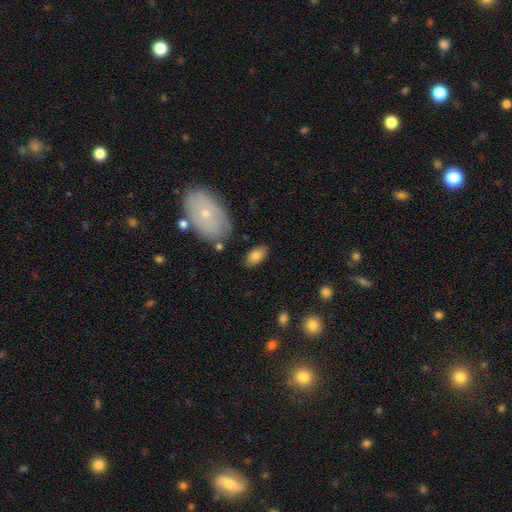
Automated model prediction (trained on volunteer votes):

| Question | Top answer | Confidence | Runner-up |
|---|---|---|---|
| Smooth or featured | smooth | 81% | featured or disk (12%) |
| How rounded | in between | 93% | round (4%) |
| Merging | none | 80% | minor disturbance (13%) |